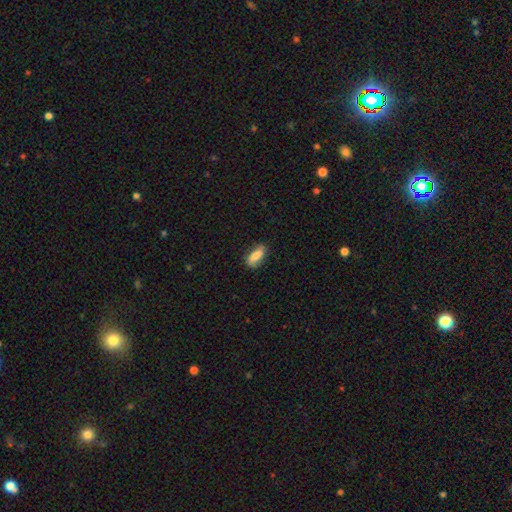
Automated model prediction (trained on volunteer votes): A smooth galaxy with no disk features (72%) that is in between round and cigar-shaped (78%). Merging: none (74%).